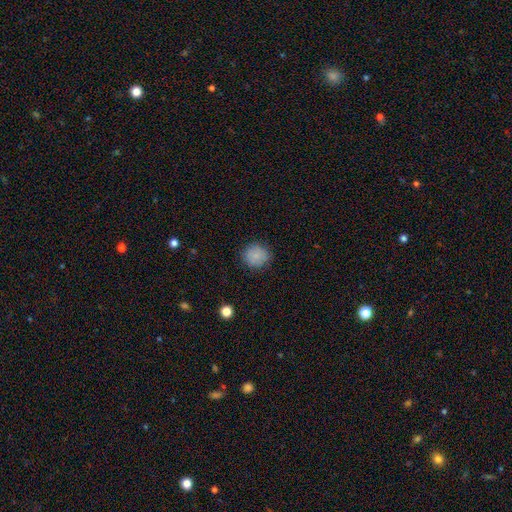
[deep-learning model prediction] Smooth or featured?
  - smooth: 84% *
  - star or artifact: 9%
  - featured or disk: 6%
How rounded?
  - round: 88% *
  - in between: 11%
  - cigar-shaped: 1%
Merging?
  - none: 86% *
  - minor disturbance: 10%
  - major disturbance: 3%
  - merger: 1%